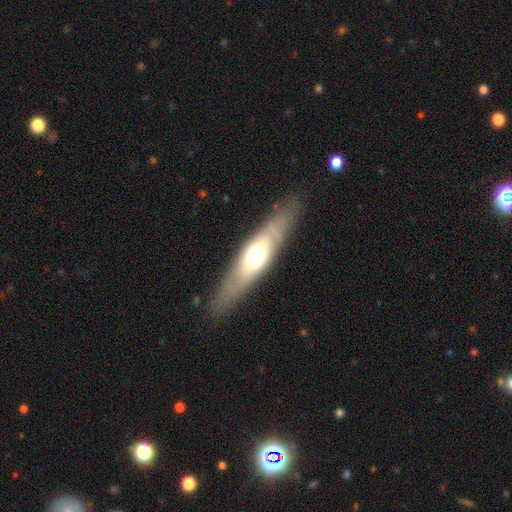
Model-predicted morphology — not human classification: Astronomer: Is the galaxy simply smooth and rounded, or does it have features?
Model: featured or disk — 48% (runner-up: smooth, 45%).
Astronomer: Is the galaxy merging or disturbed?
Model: none — 82%.